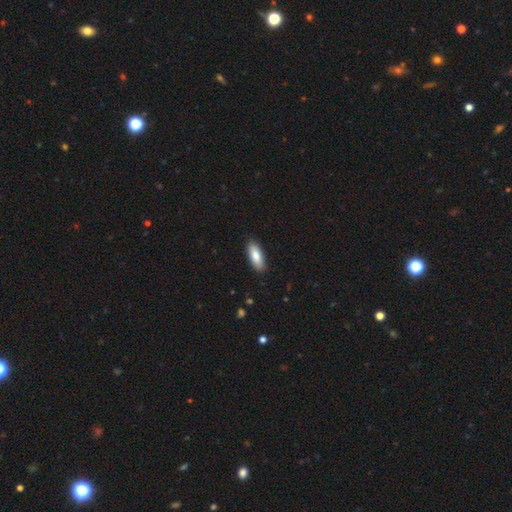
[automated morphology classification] This is clearly a smooth galaxy (84%). How rounded: likely in between (76%). Merging: clearly none (88%).